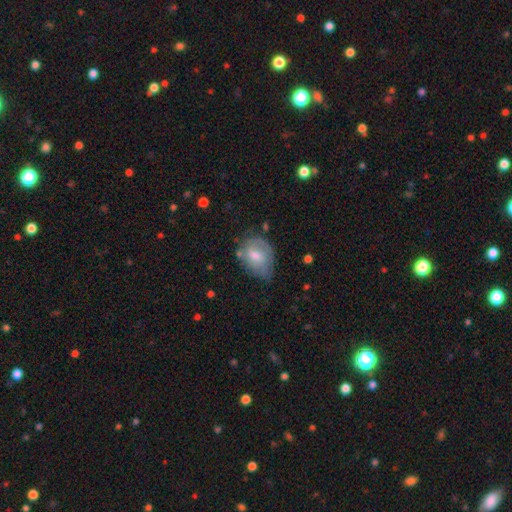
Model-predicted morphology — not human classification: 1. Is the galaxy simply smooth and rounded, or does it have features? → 55% smooth, 37% featured or disk, 9% star or artifact.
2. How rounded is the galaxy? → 65% in between, 34% round, 1% cigar-shaped.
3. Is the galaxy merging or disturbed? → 50% none, 34% minor disturbance, 13% major disturbance, 3% merger.